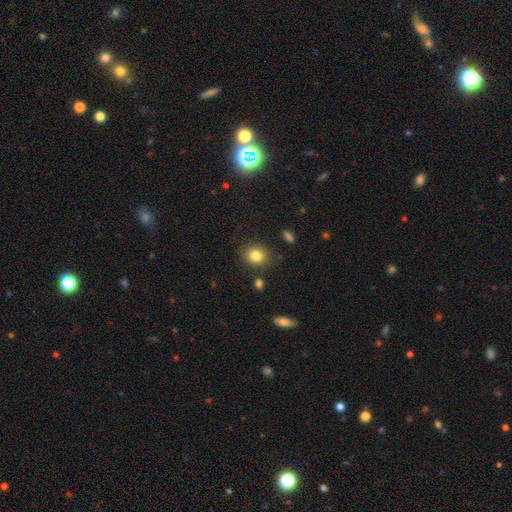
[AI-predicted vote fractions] Smooth or featured?
  - smooth: 83% *
  - star or artifact: 10%
  - featured or disk: 7%
How rounded?
  - round: 72% *
  - in between: 27%
  - cigar-shaped: 1%
Merging?
  - none: 86% *
  - minor disturbance: 9%
  - major disturbance: 3%
  - merger: 3%